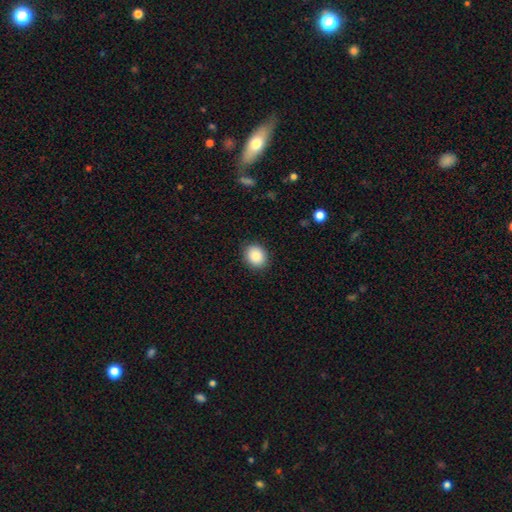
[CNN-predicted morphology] This is clearly a smooth galaxy (87%). How rounded: likely round (61%). Merging: clearly none (89%).